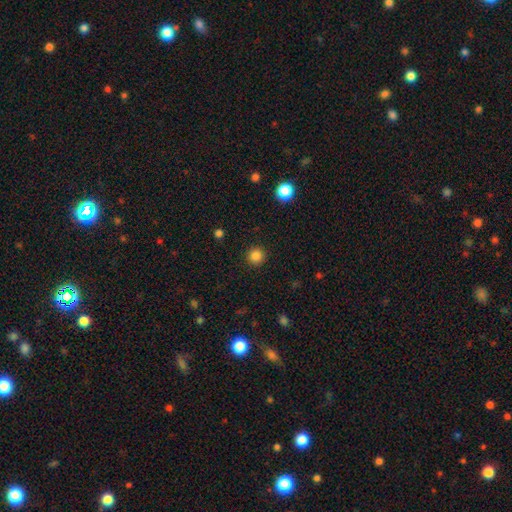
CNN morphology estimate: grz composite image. It shows a smooth galaxy with no disk features (85%) that is round (95%). Merging: none (92%).